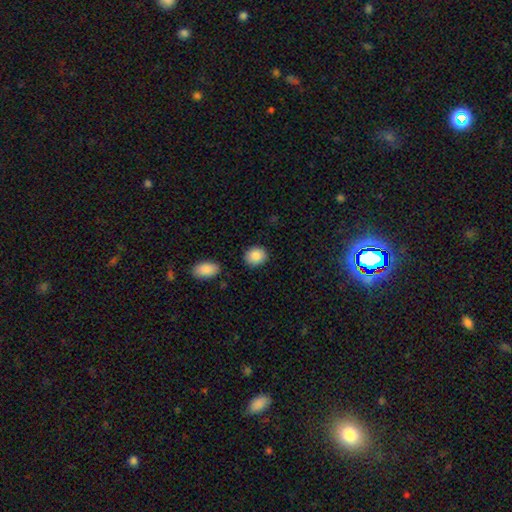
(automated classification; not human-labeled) smooth_or_featured: smooth (p=0.88) [alt: star or artifact p=0.07]
how_rounded: round (p=0.69) [alt: in between p=0.30]
merging: none (p=0.85) [alt: minor disturbance p=0.10]